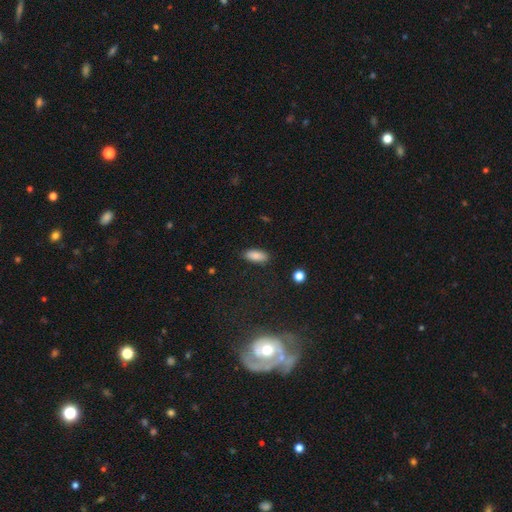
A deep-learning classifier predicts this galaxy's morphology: Q: Smooth or featured?
A: smooth (86%); runner-up: star or artifact (8%)
Q: How rounded?
A: in between (83%); runner-up: cigar-shaped (15%)
Q: Merging?
A: none (86%); runner-up: minor disturbance (10%)